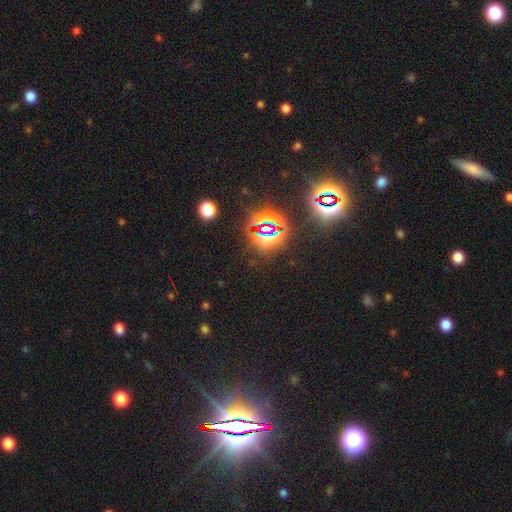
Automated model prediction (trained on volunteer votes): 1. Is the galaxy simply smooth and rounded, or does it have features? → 83% star or artifact, 10% smooth, 8% featured or disk.